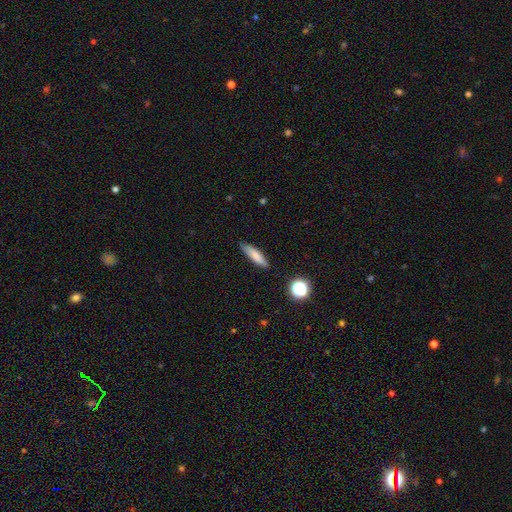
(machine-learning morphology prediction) A smooth galaxy with no disk features (77%) that is cigar-shaped (74%). Merging: none (83%).